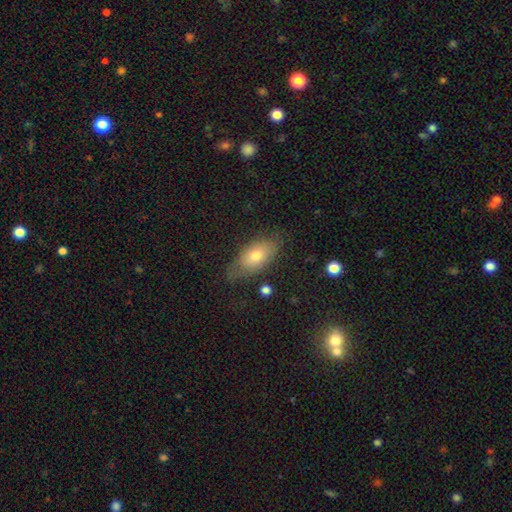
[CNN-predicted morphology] type=smooth (71%); roundness=in between (87%); merging=none (68%).